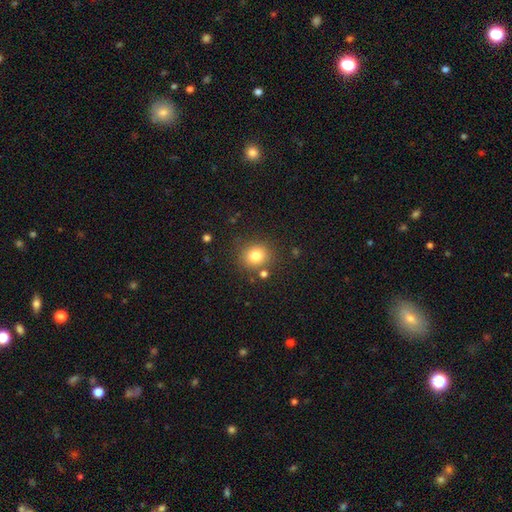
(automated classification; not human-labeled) A smooth galaxy with no disk features (80%) that is round (83%).

Vote fractions:
- Smooth or featured? smooth: 80% / star or artifact: 13% / featured or disk: 8%
- How rounded? round: 83% / in between: 16% / cigar-shaped: 1%
- Merging? none: 81% / minor disturbance: 9% / merger: 6% / major disturbance: 3%